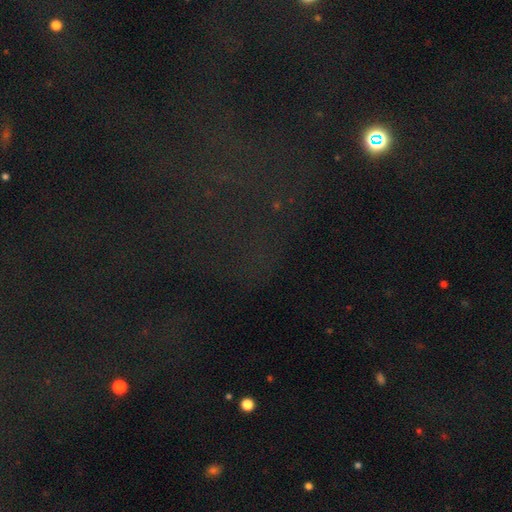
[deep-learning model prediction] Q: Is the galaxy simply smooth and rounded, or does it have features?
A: star or artifact — 74%.